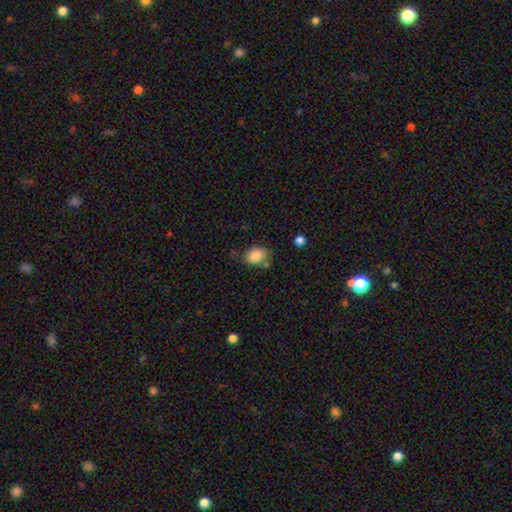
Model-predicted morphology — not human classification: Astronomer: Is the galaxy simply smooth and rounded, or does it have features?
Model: smooth — 85%.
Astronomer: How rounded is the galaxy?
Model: in between — 72%.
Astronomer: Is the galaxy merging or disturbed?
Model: none — 68%.